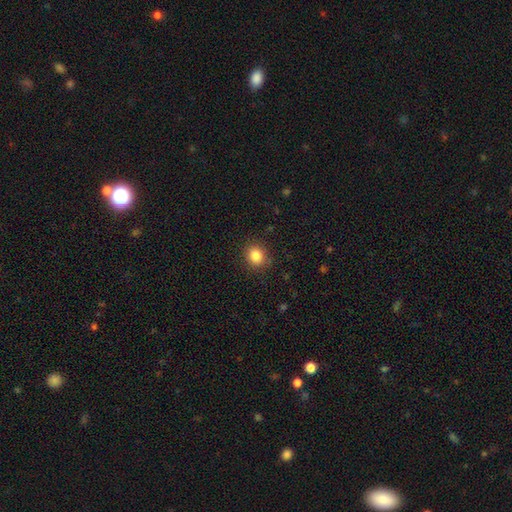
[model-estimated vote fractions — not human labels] Overall: smooth (85%). How rounded: round (73%). Merging: none (87%).